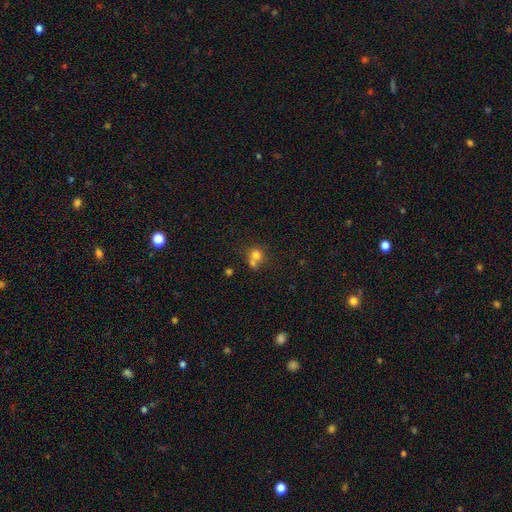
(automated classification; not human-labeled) This appears to be a smooth galaxy with no disk features (74%) that is round (76%). Merging: merger (49%).